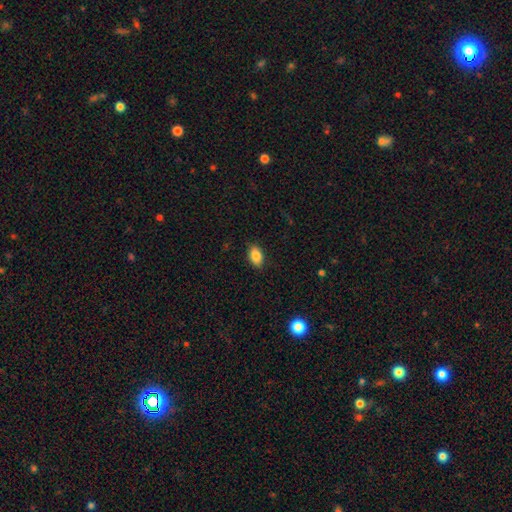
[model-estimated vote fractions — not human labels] smooth 85%, star or artifact 8%, featured or disk 6%. Down the decision tree: how rounded — in between (89%); merging — none (87%).